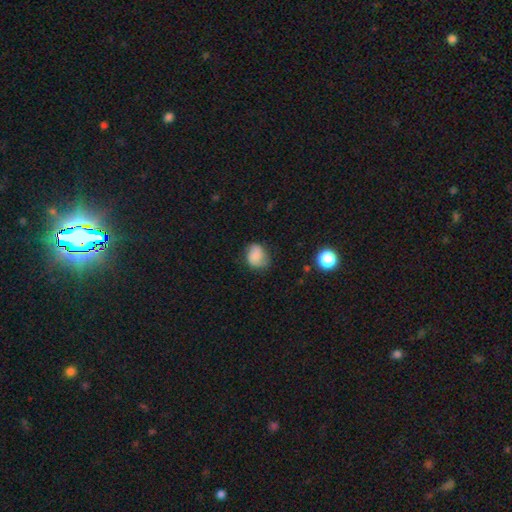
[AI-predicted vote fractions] This appears to be a smooth galaxy with no disk features (70%) that is round (60%). Merging: none (66%).